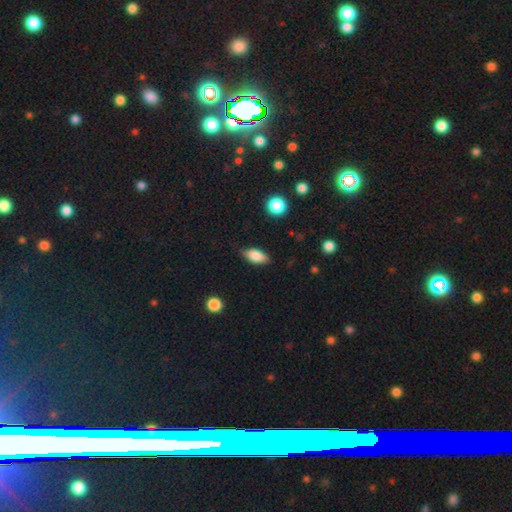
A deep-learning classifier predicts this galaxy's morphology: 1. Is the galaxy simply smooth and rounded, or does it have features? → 80% smooth, 12% featured or disk, 8% star or artifact.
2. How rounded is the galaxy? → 87% in between, 9% cigar-shaped, 4% round.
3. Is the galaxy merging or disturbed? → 80% none, 16% minor disturbance, 3% major disturbance, 1% merger.